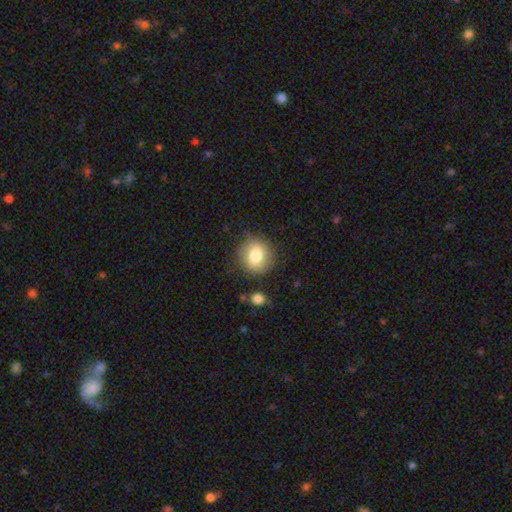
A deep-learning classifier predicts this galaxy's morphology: A smooth galaxy with no disk features (78%) that is round (86%).

Vote fractions:
- Smooth or featured? smooth: 78% / featured or disk: 14% / star or artifact: 8%
- How rounded? round: 86% / in between: 13% / cigar-shaped: 1%
- Merging? none: 82% / minor disturbance: 12% / major disturbance: 4% / merger: 3%